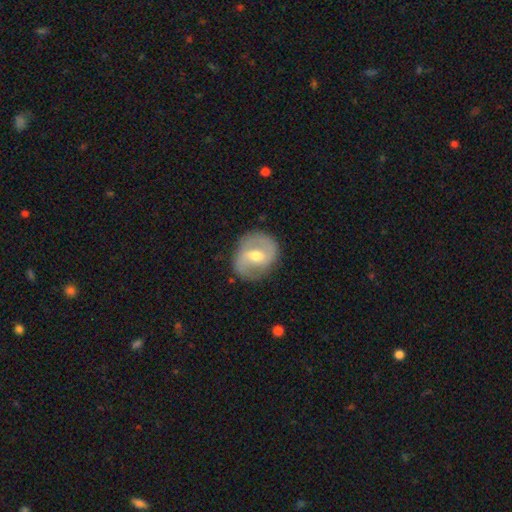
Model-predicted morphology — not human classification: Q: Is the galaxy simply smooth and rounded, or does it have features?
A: featured or disk — 72%.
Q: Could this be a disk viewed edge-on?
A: no — 97%.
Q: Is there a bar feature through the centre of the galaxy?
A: weak — 51%.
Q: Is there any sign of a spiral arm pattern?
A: yes — 83%.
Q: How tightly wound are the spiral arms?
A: medium — 48%.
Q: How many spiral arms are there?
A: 2 — 86%.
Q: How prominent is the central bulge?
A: moderate — 69%.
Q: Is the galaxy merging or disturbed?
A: none — 80%.